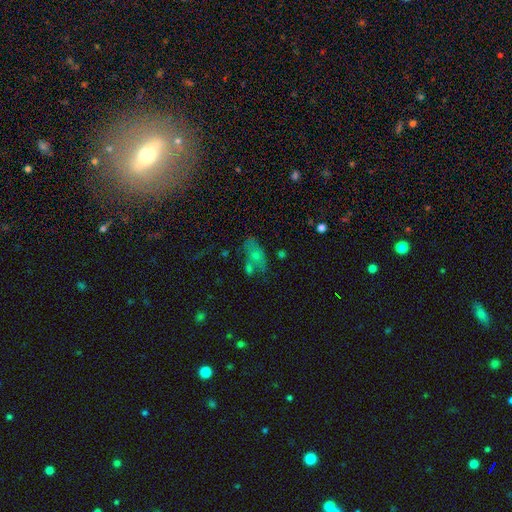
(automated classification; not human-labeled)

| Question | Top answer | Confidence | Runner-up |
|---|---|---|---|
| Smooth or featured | smooth | 49% | featured or disk (30%) |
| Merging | none | 50% | minor disturbance (20%) |